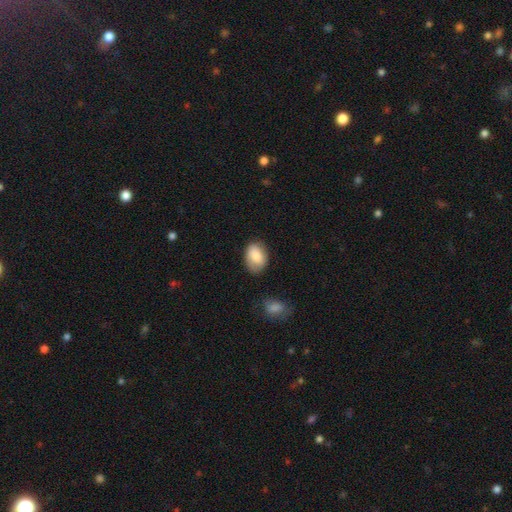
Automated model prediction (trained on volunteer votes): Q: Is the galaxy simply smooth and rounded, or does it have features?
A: smooth — 82%.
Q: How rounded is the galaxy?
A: in between — 82%.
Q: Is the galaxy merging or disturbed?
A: none — 71%.